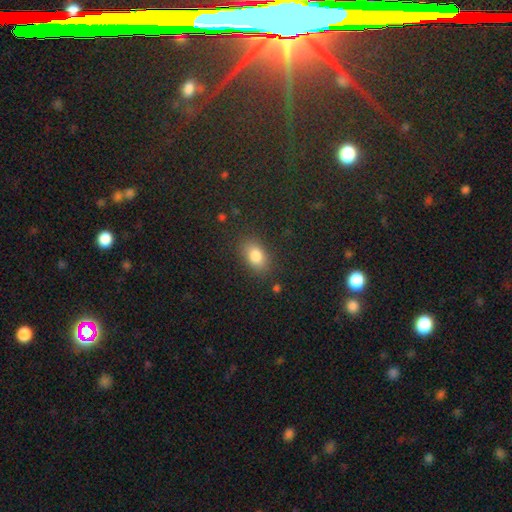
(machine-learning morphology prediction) Smooth or featured? Predicted: smooth (p=0.83). How rounded? Predicted: in between (p=0.83). Merging? Predicted: none (p=0.81).